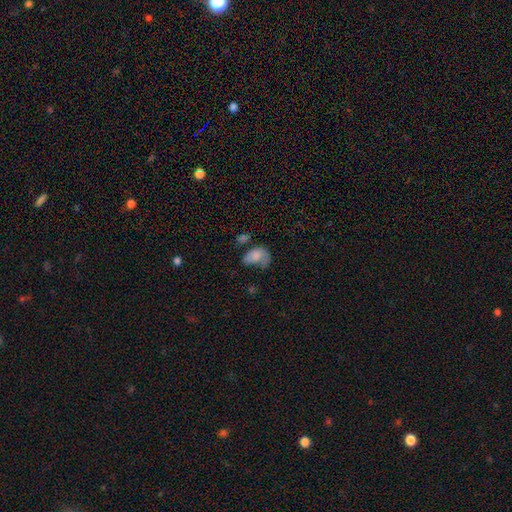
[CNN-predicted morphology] A smooth galaxy with no disk features (72%) that is in between round and cigar-shaped (83%). Merging: major disturbance (40%).